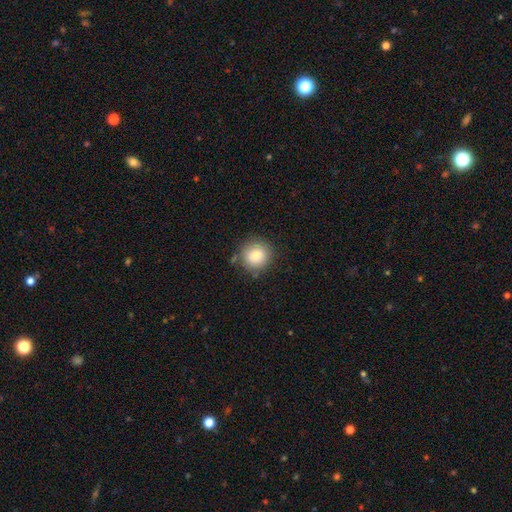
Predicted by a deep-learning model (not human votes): This appears to be a smooth galaxy with no disk features (83%) that is round (92%). Merging: none (82%).